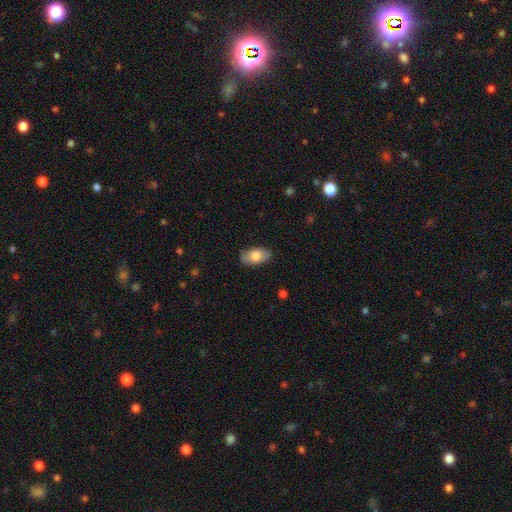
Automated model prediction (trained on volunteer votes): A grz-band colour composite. It shows a smooth galaxy with no disk features (69%) that is in between round and cigar-shaped (93%). Merging: none (84%).